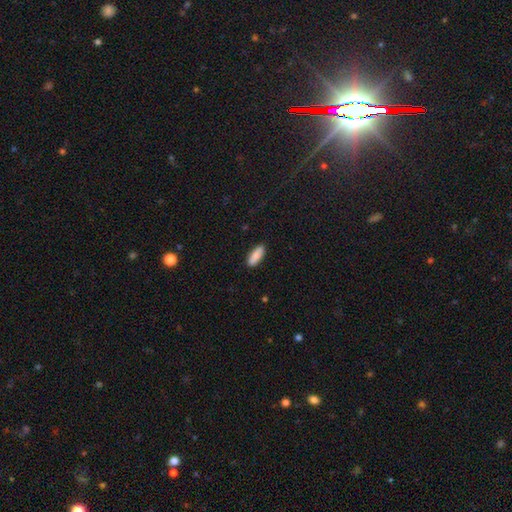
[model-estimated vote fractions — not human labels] Morphology: type=smooth (88%); roundness=in between (69%); merging=none (89%).